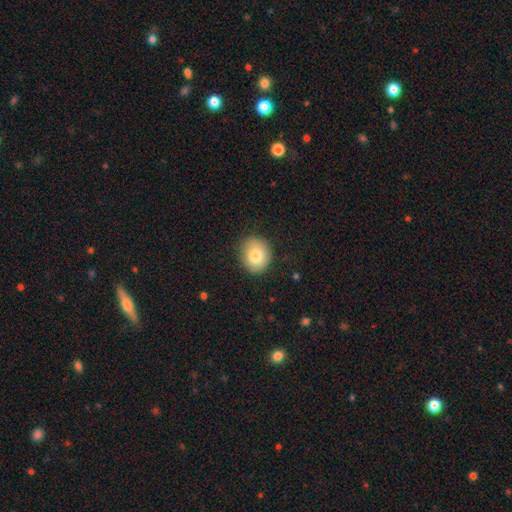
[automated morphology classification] Smooth or featured? smooth (82%)
How rounded? round (74%)
Merging? none (84%)